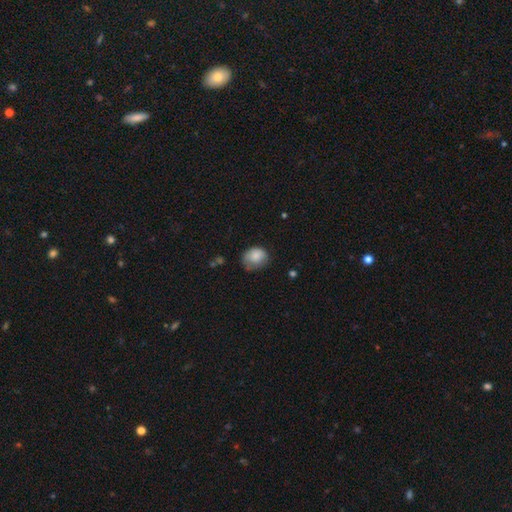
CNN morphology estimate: Smooth or featured? smooth (82%)
How rounded? round (53%)
Merging? none (54%)